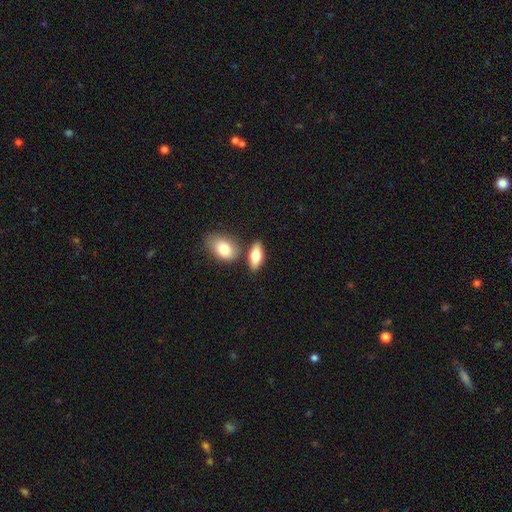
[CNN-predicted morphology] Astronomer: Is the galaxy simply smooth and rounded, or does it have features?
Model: smooth — 75%.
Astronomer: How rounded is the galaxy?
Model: in between — 82%.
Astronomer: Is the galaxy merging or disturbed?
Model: none — 67%.